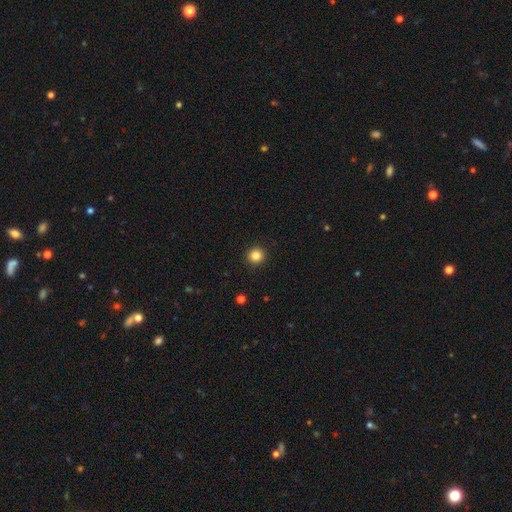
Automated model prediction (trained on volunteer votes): A smooth galaxy with no disk features (84%) that is round (95%). Merging: none (93%).